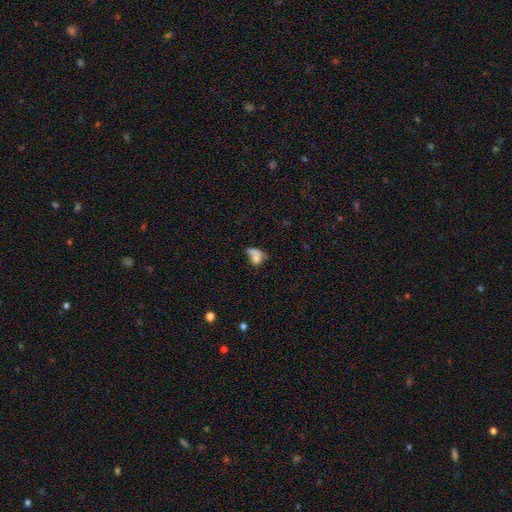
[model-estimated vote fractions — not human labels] smooth 65%, featured or disk 22%, star or artifact 13%. Down the decision tree: how rounded — in between (76%); merging — merger (36%).